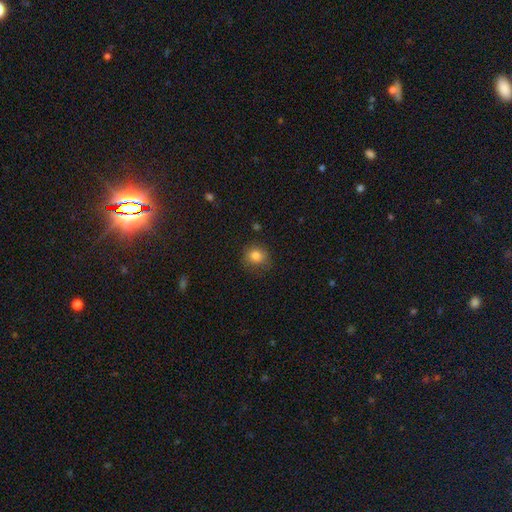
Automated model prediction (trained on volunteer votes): Q: Smooth or featured?
A: smooth (83%); runner-up: star or artifact (11%)
Q: How rounded?
A: round (78%); runner-up: in between (21%)
Q: Merging?
A: none (77%); runner-up: minor disturbance (17%)